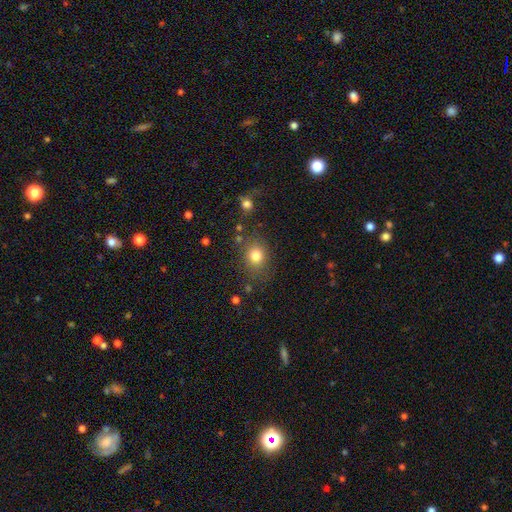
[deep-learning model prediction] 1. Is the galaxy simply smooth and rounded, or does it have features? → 80% smooth, 13% star or artifact, 8% featured or disk.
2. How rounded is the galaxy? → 63% round, 36% in between, 1% cigar-shaped.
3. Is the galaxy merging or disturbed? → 78% none, 13% minor disturbance, 5% major disturbance, 4% merger.